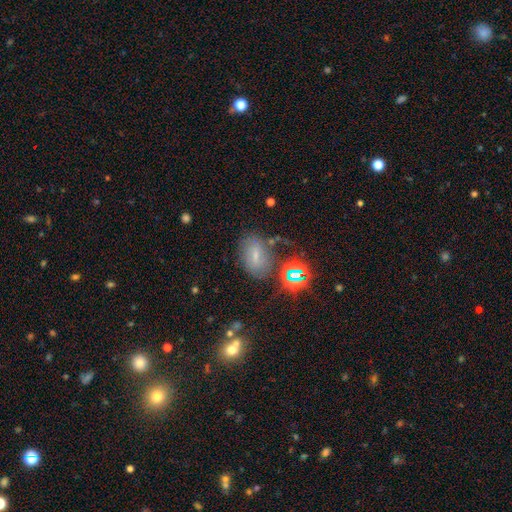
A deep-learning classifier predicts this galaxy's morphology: Smooth or featured?
  - smooth: 47% *
  - featured or disk: 29%
  - star or artifact: 24%
Merging?
  - none: 64% *
  - minor disturbance: 20%
  - major disturbance: 9%
  - merger: 7%